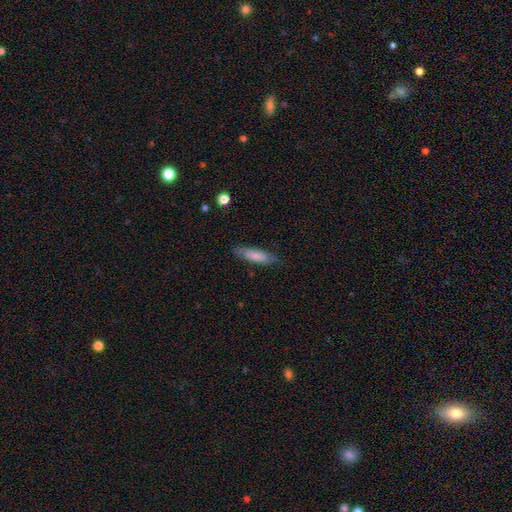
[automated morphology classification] smooth-or-featured: smooth: 77% | featured or disk: 17% | star or artifact: 6%
  how-rounded: cigar-shaped: 65% | in between: 34% | round: 1%
  merging: none: 79% | minor disturbance: 17% | major disturbance: 3% | merger: 1%